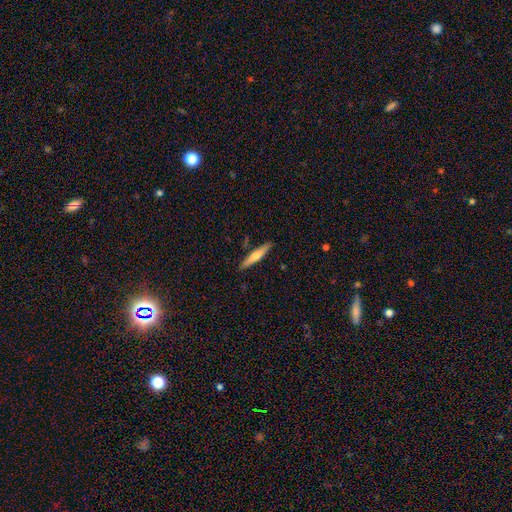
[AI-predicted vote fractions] Smooth or featured?
  - smooth: 53% *
  - featured or disk: 41%
  - star or artifact: 6%
How rounded?
  - cigar-shaped: 90% *
  - in between: 8%
  - round: 1%
Merging?
  - none: 89% *
  - minor disturbance: 8%
  - merger: 2%
  - major disturbance: 2%